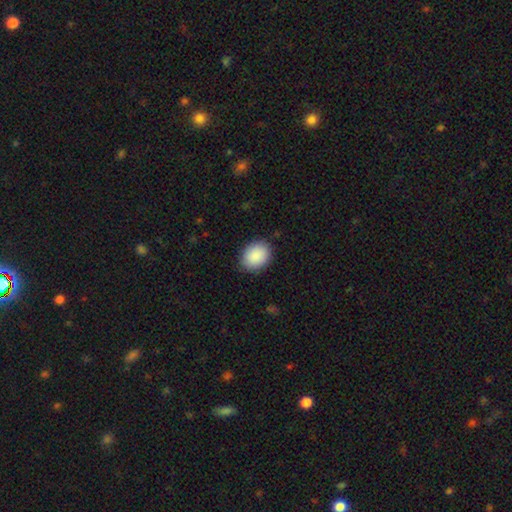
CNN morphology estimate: Smooth or featured?
  - smooth: 90% *
  - star or artifact: 6%
  - featured or disk: 4%
How rounded?
  - in between: 61% *
  - round: 38%
  - cigar-shaped: 1%
Merging?
  - none: 86% *
  - minor disturbance: 11%
  - major disturbance: 2%
  - merger: 1%